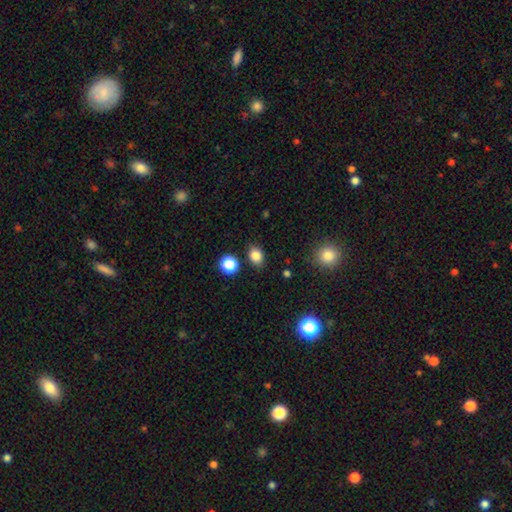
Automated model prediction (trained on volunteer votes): Smooth or featured? Predicted: smooth (p=0.84). How rounded? Predicted: in between (p=0.60). Merging? Predicted: none (p=0.82).